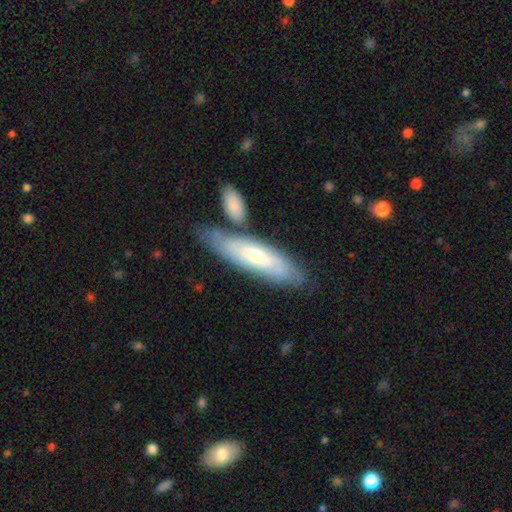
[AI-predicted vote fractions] The model was most divided on "smooth or featured": featured or disk: 55%, smooth: 40%, star or artifact: 6%. More confident: edge-on disk — no (64%); merging — none (62%).